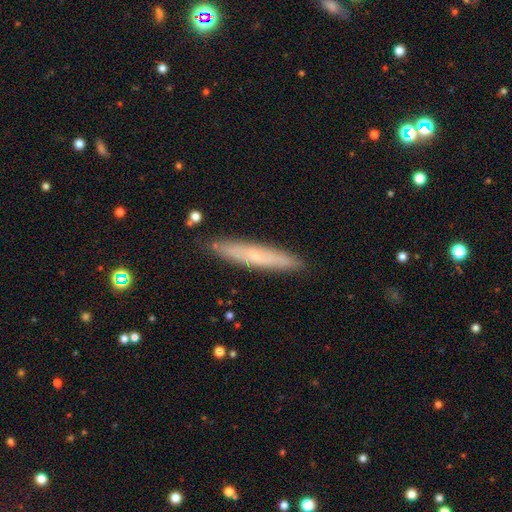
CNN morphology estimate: Smooth or featured: smooth — 51% (featured or disk — 42%)
How rounded: cigar-shaped — 93% (in between — 5%)
Merging: none — 88% (minor disturbance — 9%)